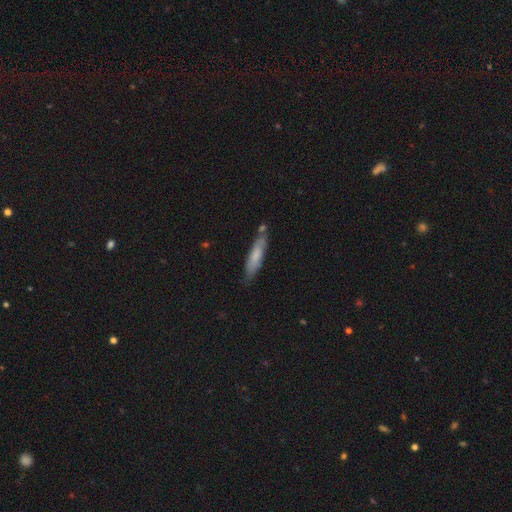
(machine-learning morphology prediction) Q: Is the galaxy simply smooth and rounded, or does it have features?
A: smooth — 70%.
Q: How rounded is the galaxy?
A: cigar-shaped — 81%.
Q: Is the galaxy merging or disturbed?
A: none — 72%.